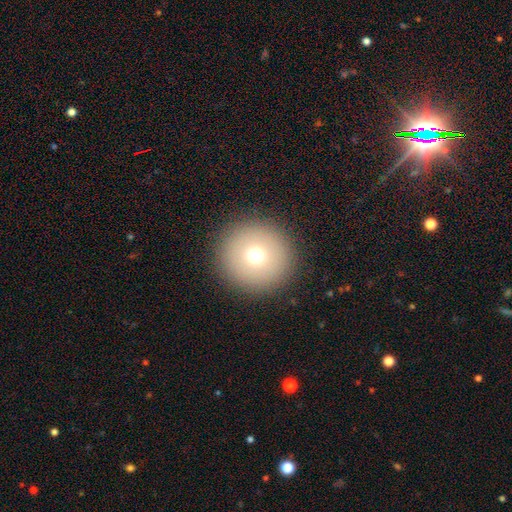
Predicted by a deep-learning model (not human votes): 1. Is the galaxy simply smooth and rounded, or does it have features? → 71% smooth, 15% featured or disk, 14% star or artifact.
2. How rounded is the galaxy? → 95% round, 4% in between, 1% cigar-shaped.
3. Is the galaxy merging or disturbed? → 91% none, 5% minor disturbance, 3% major disturbance, 1% merger.